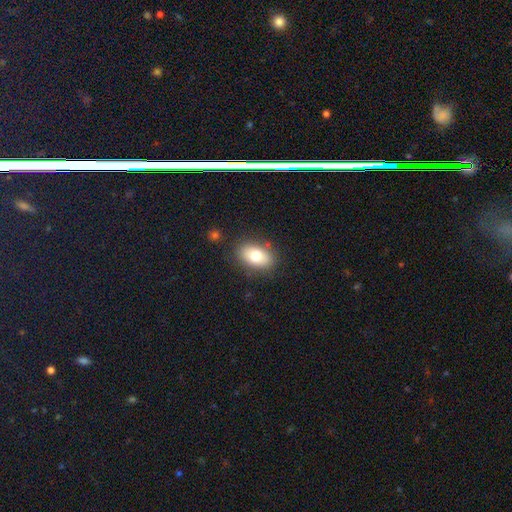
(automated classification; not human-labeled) Smooth or featured? smooth (76%)
How rounded? in between (86%)
Merging? none (83%)